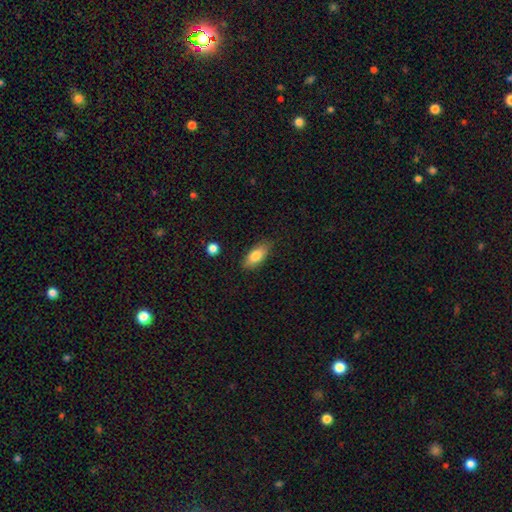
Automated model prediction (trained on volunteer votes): smooth 81%, featured or disk 13%, star or artifact 7%. Down the decision tree: how rounded — in between (84%); merging — none (83%).